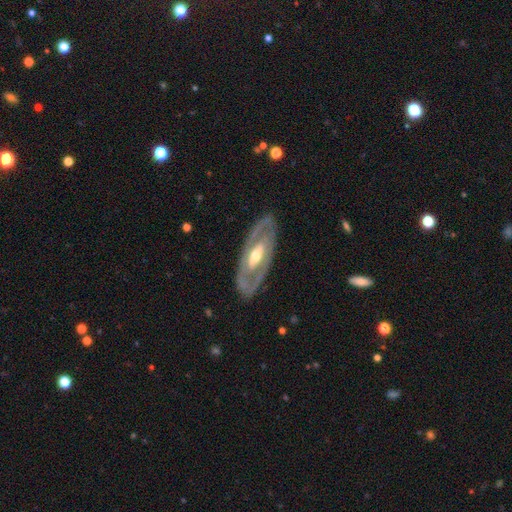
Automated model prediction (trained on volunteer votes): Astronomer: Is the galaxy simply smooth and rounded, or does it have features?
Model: featured or disk — 77%.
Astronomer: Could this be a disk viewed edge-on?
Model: no — 86%.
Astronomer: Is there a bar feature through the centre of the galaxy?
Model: no — 49% (runner-up: weak, 29%).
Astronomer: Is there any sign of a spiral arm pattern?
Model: no — 55% (runner-up: yes, 45%).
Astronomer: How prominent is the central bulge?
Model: moderate — 64%.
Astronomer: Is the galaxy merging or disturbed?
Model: none — 84%.